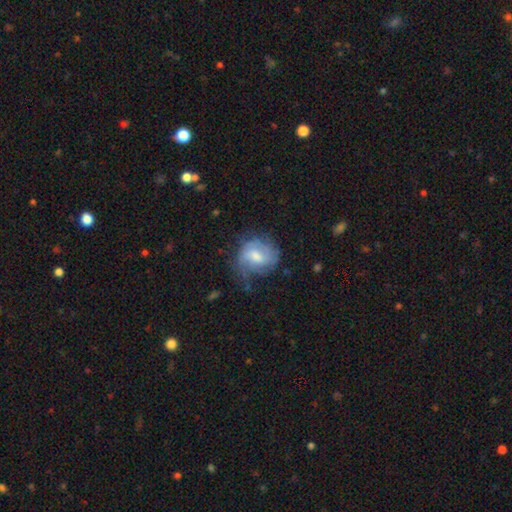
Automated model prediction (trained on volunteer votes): A featured or disk galaxy (59%) with a weak bar (52%), spiral arms (82%) and a moderate central bulge (52%). Merging: none (53%).